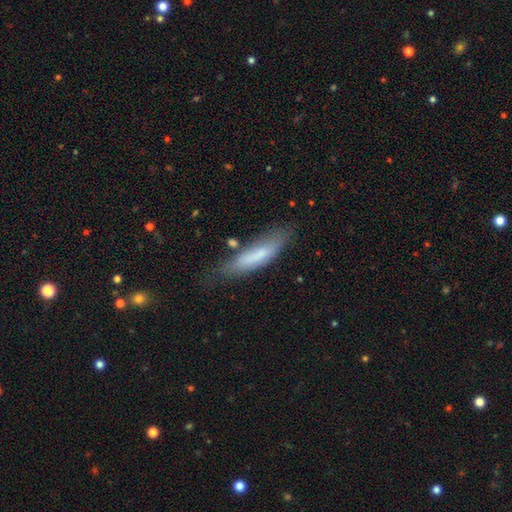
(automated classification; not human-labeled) A smooth galaxy with no disk features (68%) that is cigar-shaped (74%).

Vote fractions:
- Smooth or featured? smooth: 68% / featured or disk: 25% / star or artifact: 7%
- How rounded? cigar-shaped: 74% / in between: 25% / round: 1%
- Merging? none: 62% / minor disturbance: 26% / major disturbance: 8% / merger: 4%